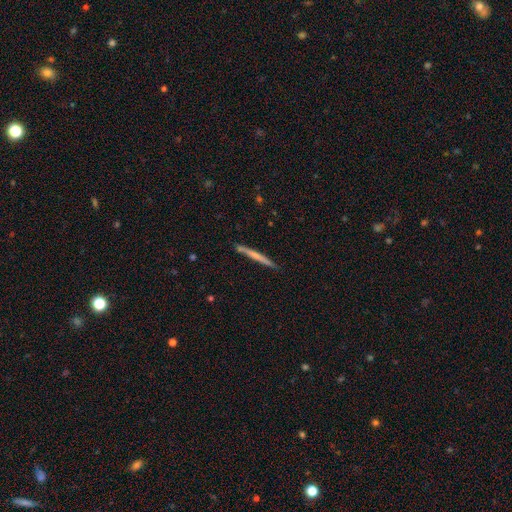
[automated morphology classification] The model was most divided on "smooth or featured": smooth: 52%, featured or disk: 42%, star or artifact: 6%. More confident: how rounded — cigar-shaped (97%); merging — none (88%).